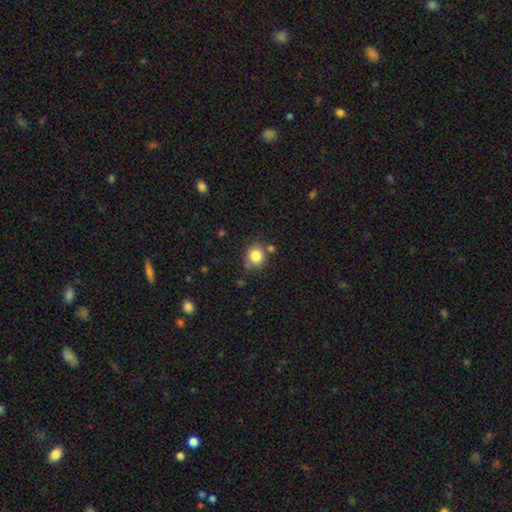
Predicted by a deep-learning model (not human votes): A smooth galaxy with no disk features (83%) that is round (80%). Merging: none (76%).